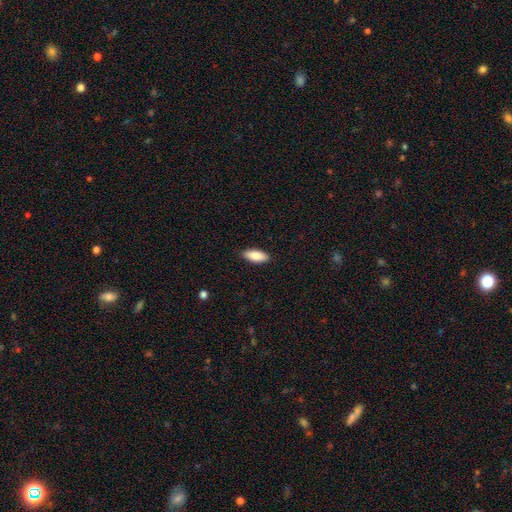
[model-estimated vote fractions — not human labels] smooth-or-featured: smooth: 87% | featured or disk: 7% | star or artifact: 6%
  how-rounded: in between: 83% | cigar-shaped: 15% | round: 2%
  merging: none: 89% | minor disturbance: 8% | major disturbance: 2% | merger: 1%